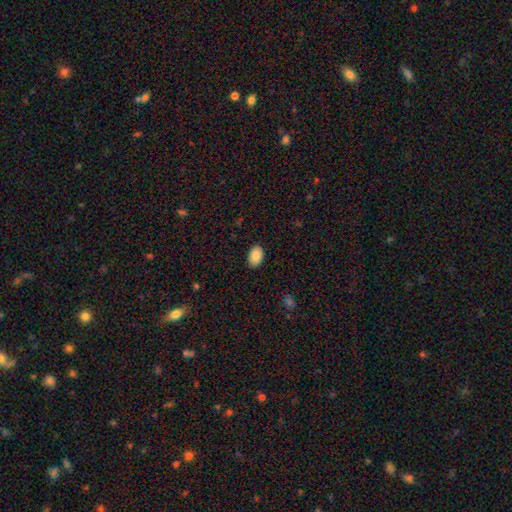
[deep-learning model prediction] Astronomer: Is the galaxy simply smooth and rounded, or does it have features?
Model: smooth — 88%.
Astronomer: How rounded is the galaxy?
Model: in between — 91%.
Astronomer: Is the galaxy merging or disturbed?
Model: none — 89%.